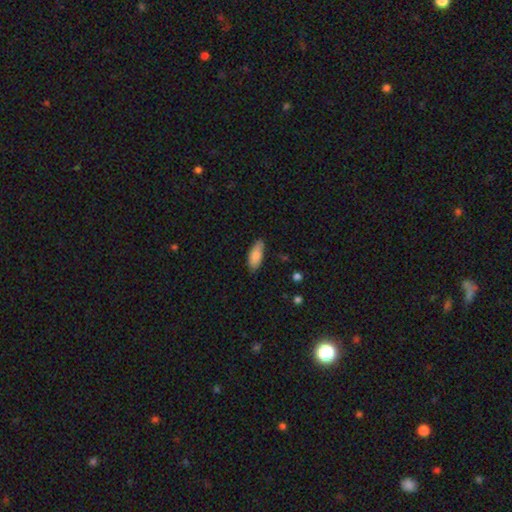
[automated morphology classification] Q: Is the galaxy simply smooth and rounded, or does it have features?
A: smooth — 85%.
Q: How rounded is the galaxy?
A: in between — 77%.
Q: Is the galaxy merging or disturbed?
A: none — 74%.